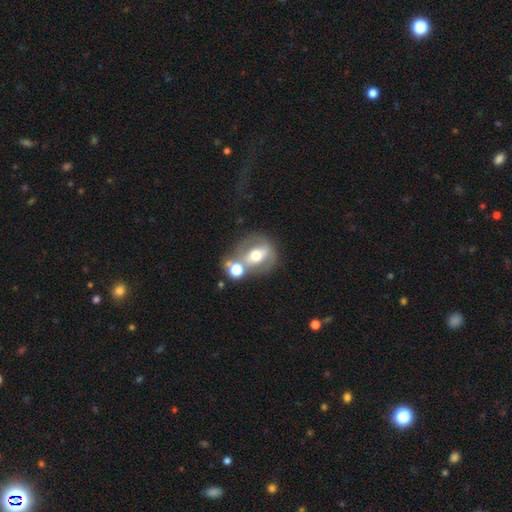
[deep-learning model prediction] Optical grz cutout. It shows a featured or disk galaxy (54%). Merging: none (50%).